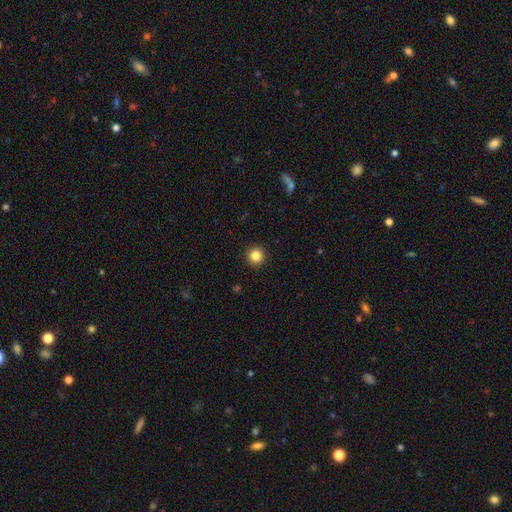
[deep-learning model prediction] A smooth galaxy with no disk features (85%) that is round (96%).

Vote fractions:
- Smooth or featured? smooth: 85% / star or artifact: 11% / featured or disk: 4%
- How rounded? round: 96% / in between: 3% / cigar-shaped: 1%
- Merging? none: 93% / minor disturbance: 4% / major disturbance: 1% / merger: 1%